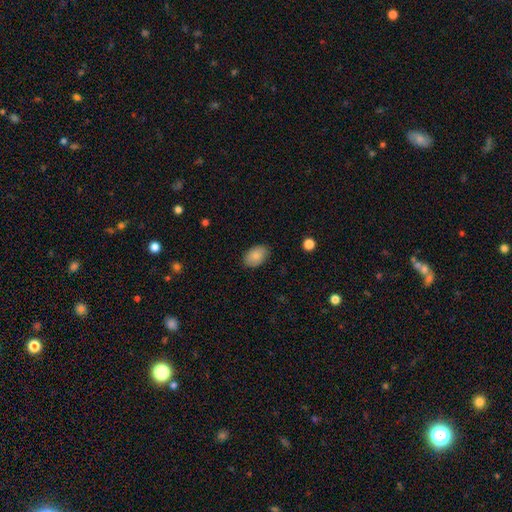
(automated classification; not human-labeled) Overall: smooth (85%). How rounded: in between (89%). Merging: none (85%).